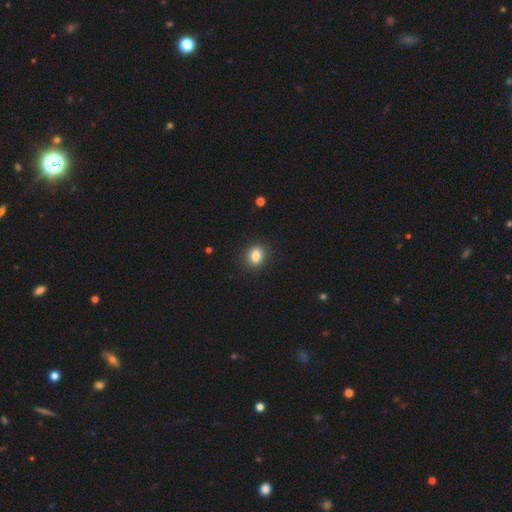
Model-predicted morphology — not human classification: The model was most divided on "how rounded": round: 50%, in between: 49%, cigar-shaped: 1%. More confident: merging — none (90%); smooth or featured — smooth (84%).